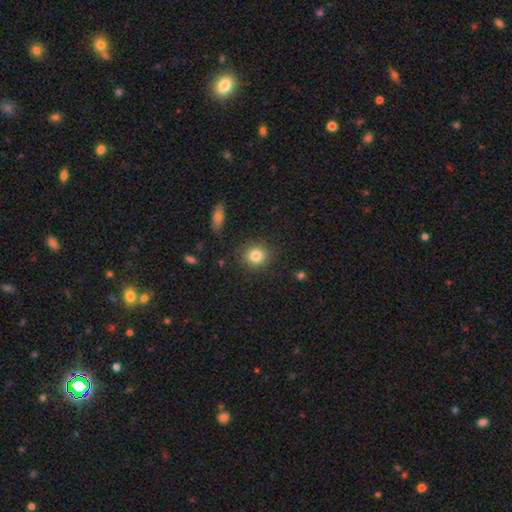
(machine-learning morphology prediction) This appears to be a smooth galaxy with no disk features (83%) that is round (87%). Merging: none (88%).